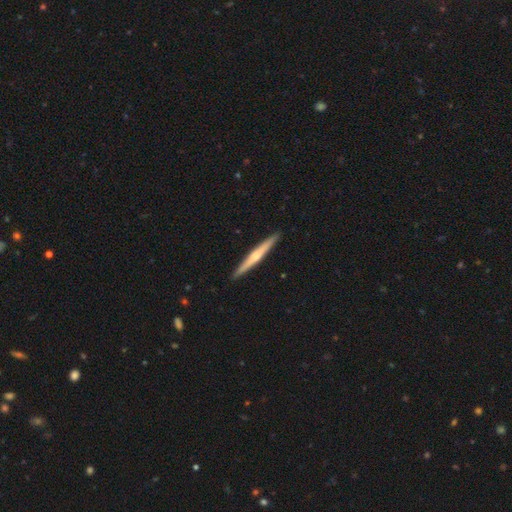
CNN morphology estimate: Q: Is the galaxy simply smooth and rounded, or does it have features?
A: featured or disk — 59%.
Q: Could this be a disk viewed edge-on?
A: yes — 98%.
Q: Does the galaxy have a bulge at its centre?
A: rounded — 62%.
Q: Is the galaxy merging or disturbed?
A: none — 93%.